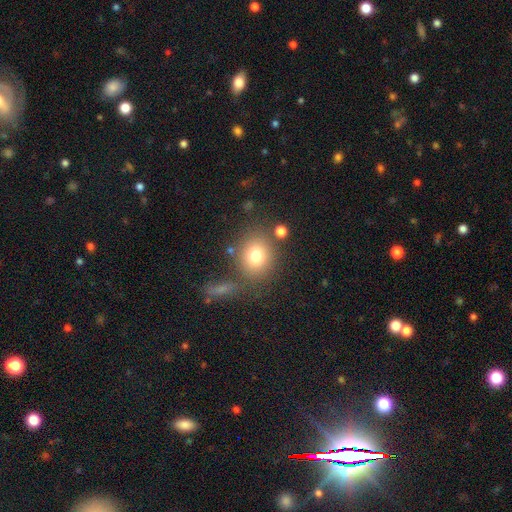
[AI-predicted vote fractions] Q: Smooth or featured?
A: smooth (77%); runner-up: star or artifact (12%)
Q: How rounded?
A: round (73%); runner-up: in between (25%)
Q: Merging?
A: none (73%); runner-up: minor disturbance (12%)